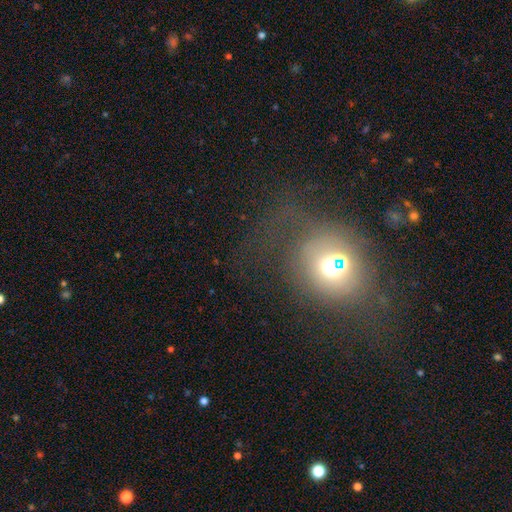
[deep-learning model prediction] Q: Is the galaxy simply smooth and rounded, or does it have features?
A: smooth — 49%.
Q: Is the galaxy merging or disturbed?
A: none — 44%.